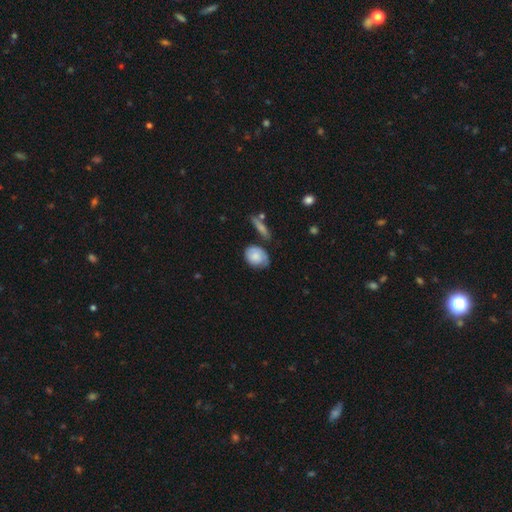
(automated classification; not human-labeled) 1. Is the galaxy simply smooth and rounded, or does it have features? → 67% smooth, 26% featured or disk, 7% star or artifact.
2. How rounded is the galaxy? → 56% in between, 42% round, 2% cigar-shaped.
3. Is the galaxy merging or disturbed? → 50% none, 33% minor disturbance, 11% major disturbance, 6% merger.